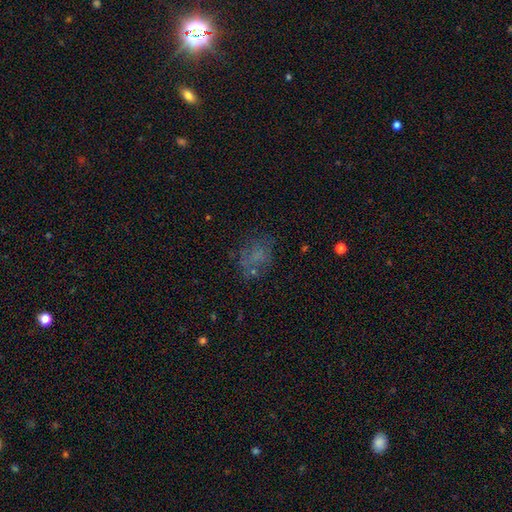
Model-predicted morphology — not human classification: This appears to be a smooth galaxy with no disk features (49%). Merging: none (61%).